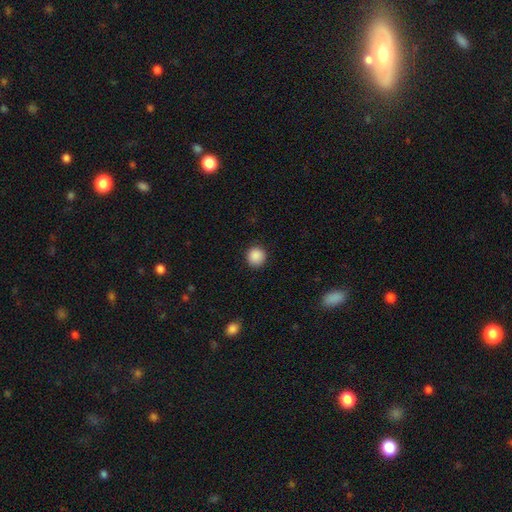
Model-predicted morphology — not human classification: type=smooth (89%); roundness=round (95%); merging=none (91%).